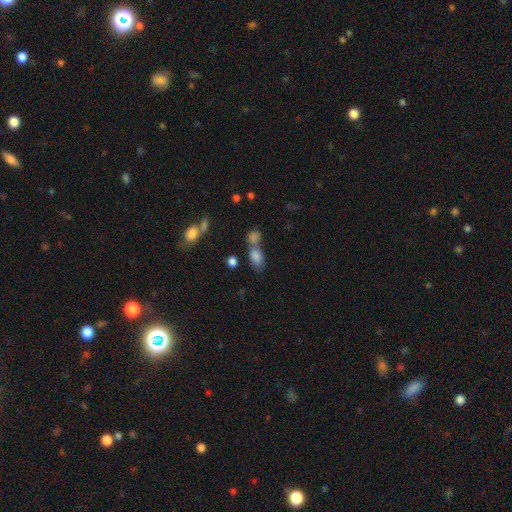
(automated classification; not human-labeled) Smooth or featured?
  - smooth: 81% *
  - star or artifact: 11%
  - featured or disk: 8%
How rounded?
  - in between: 83% *
  - round: 13%
  - cigar-shaped: 3%
Merging?
  - merger: 45% *
  - none: 39%
  - minor disturbance: 11%
  - major disturbance: 6%